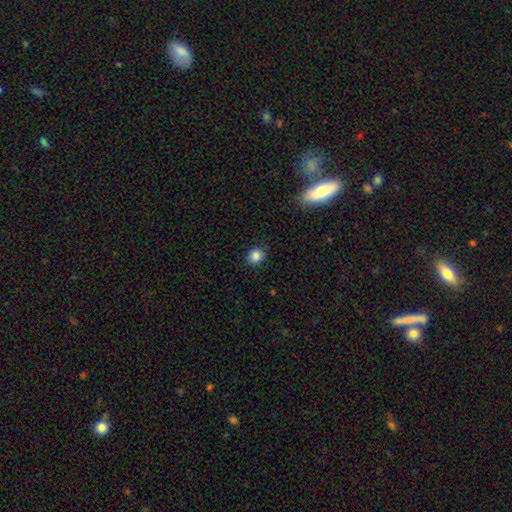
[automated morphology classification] A smooth galaxy with no disk features (86%) that is round (72%).

Vote fractions:
- Smooth or featured? smooth: 86% / star or artifact: 11% / featured or disk: 4%
- How rounded? round: 72% / in between: 27% / cigar-shaped: 1%
- Merging? none: 88% / minor disturbance: 8% / major disturbance: 2% / merger: 1%